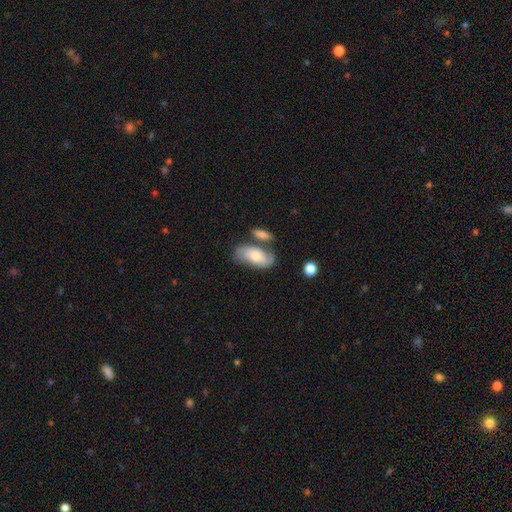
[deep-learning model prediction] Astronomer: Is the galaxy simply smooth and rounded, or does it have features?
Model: featured or disk — 49% (runner-up: smooth, 44%).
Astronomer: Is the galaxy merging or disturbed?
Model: none — 50%.